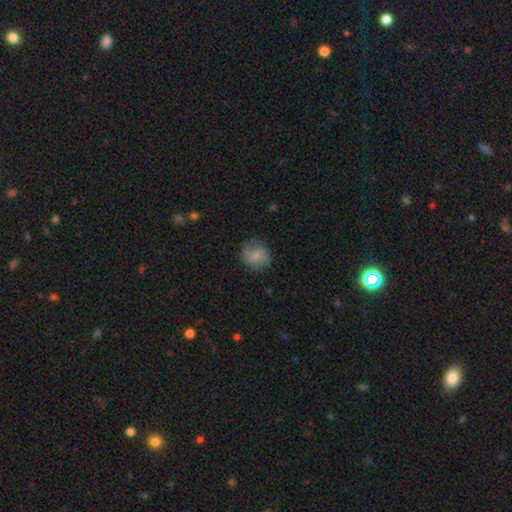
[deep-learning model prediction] A smooth galaxy with no disk features (65%) that is round (83%). Merging: none (72%).